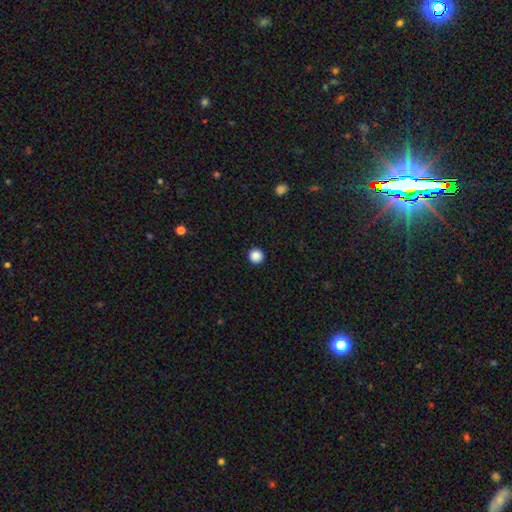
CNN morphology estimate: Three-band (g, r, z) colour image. It shows a smooth galaxy with no disk features (87%) that is round (96%). Merging: none (94%).